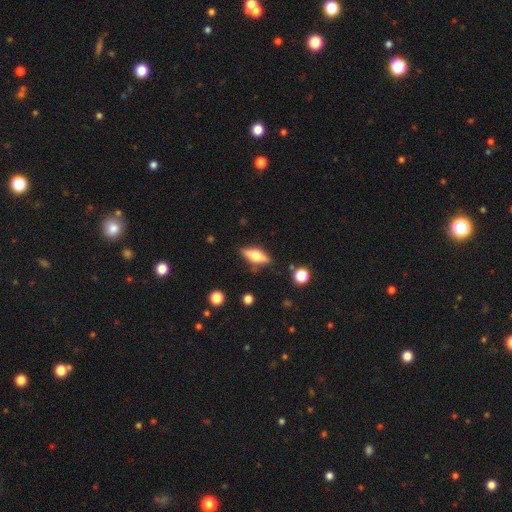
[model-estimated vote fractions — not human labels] Overall: featured or disk (48%; smooth 45%). Merging: none (82%).